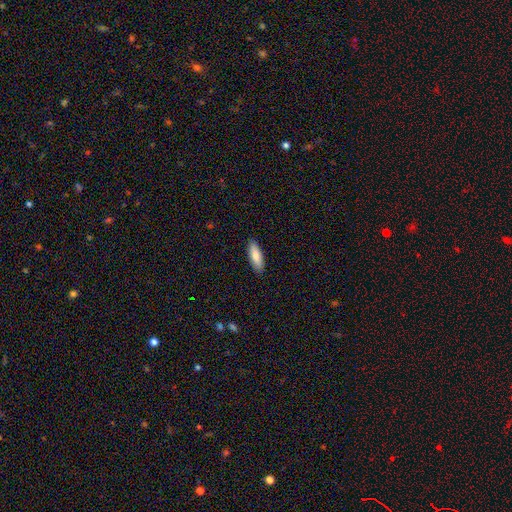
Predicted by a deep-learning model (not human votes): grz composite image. It shows a smooth galaxy with no disk features (84%) that is in between round and cigar-shaped (53%). Merging: none (90%).